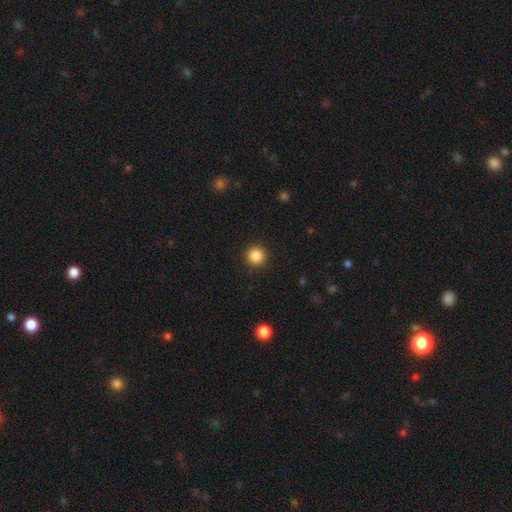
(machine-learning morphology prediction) type=smooth (86%); roundness=round (96%); merging=none (92%).